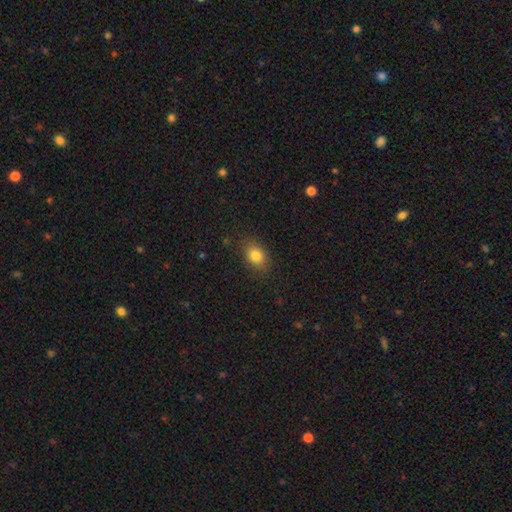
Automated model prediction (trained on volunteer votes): The model was most divided on "how rounded": in between: 69%, round: 29%, cigar-shaped: 1%. More confident: merging — none (85%); smooth or featured — smooth (83%).